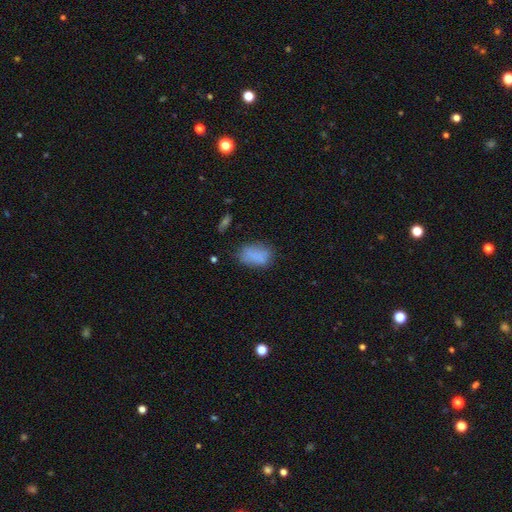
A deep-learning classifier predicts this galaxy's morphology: The model was most divided on "merging": none: 60%, minor disturbance: 26%, major disturbance: 10%, merger: 4%. More confident: how rounded — in between (86%); smooth or featured — smooth (81%).